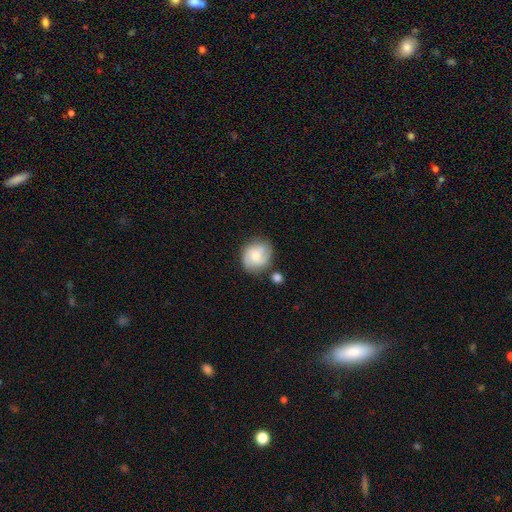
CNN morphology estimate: type=featured or disk (51%); edge-on=no (97%); merging=none (67%).